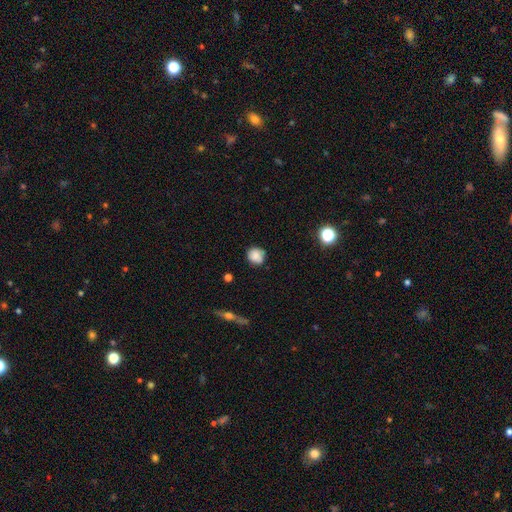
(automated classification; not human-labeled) Smooth or featured?
  - smooth: 84% *
  - star or artifact: 10%
  - featured or disk: 6%
How rounded?
  - round: 88% *
  - in between: 11%
  - cigar-shaped: 1%
Merging?
  - none: 79% *
  - minor disturbance: 16%
  - major disturbance: 3%
  - merger: 2%